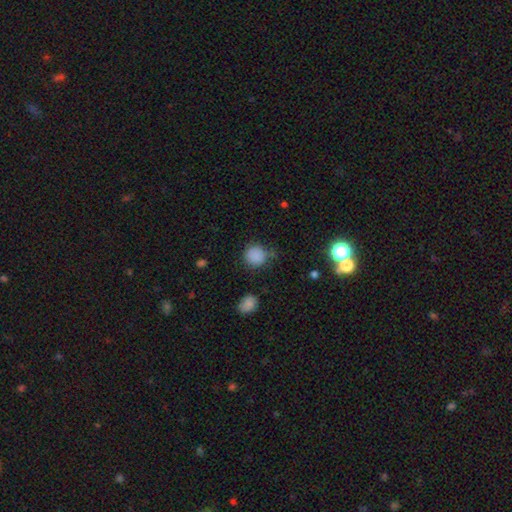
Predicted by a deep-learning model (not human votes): smooth-or-featured: smooth: 84% | star or artifact: 12% | featured or disk: 5%
  how-rounded: round: 88% | in between: 11% | cigar-shaped: 1%
  merging: none: 68% | minor disturbance: 21% | major disturbance: 7% | merger: 4%